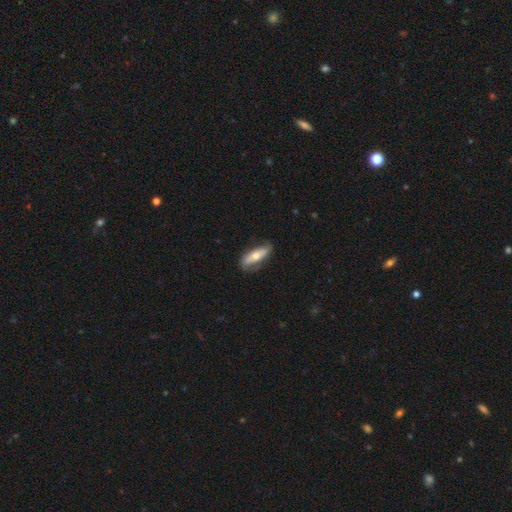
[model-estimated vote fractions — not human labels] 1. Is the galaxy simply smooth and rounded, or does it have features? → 50% featured or disk, 44% smooth, 5% star or artifact.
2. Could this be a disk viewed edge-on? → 63% no, 37% yes.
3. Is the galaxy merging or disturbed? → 69% none, 22% minor disturbance, 7% major disturbance, 2% merger.